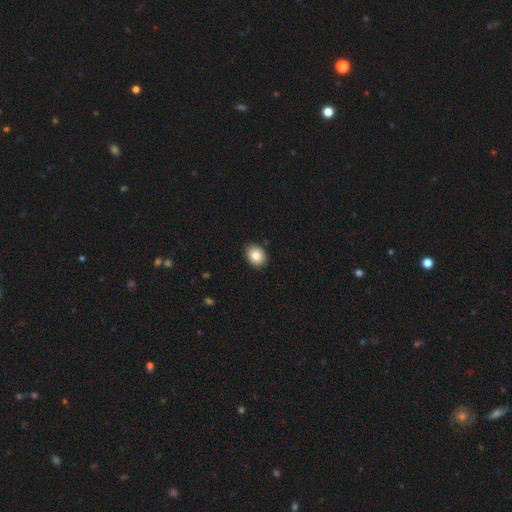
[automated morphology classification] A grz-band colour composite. It shows a smooth galaxy with no disk features (82%) that is in between round and cigar-shaped (55%). Merging: none (86%).